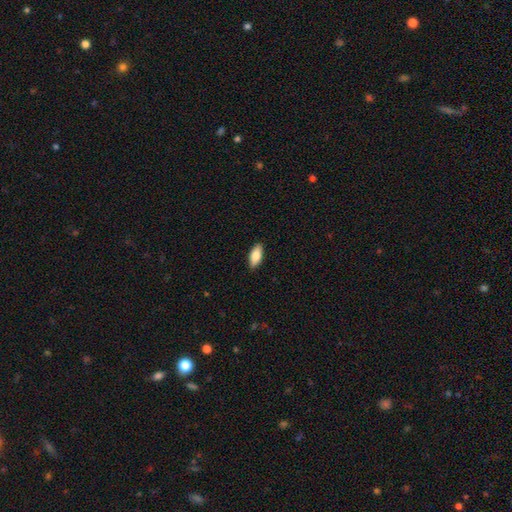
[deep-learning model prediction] smooth-or-featured: smooth: 81% | featured or disk: 13% | star or artifact: 6%
  how-rounded: in between: 86% | cigar-shaped: 12% | round: 2%
  merging: none: 89% | minor disturbance: 8% | major disturbance: 2% | merger: 1%